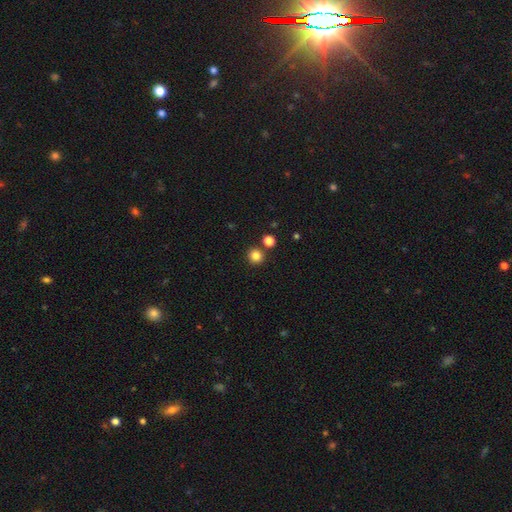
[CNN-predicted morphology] smooth 83%, star or artifact 13%, featured or disk 4%. Down the decision tree: how rounded — round (93%); merging — none (84%).